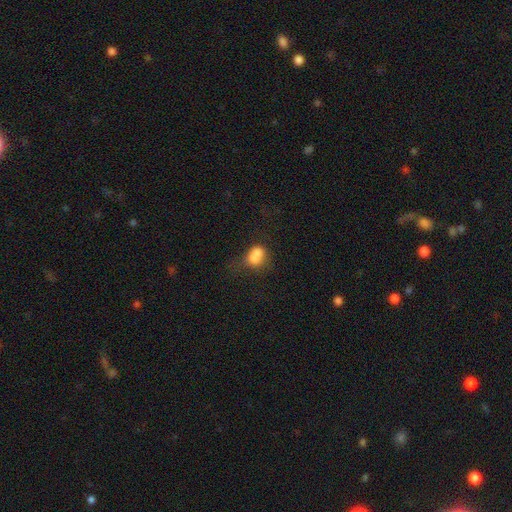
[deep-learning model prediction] Smooth or featured? smooth (72%)
How rounded? in between (56%)
Merging? merger (43%)